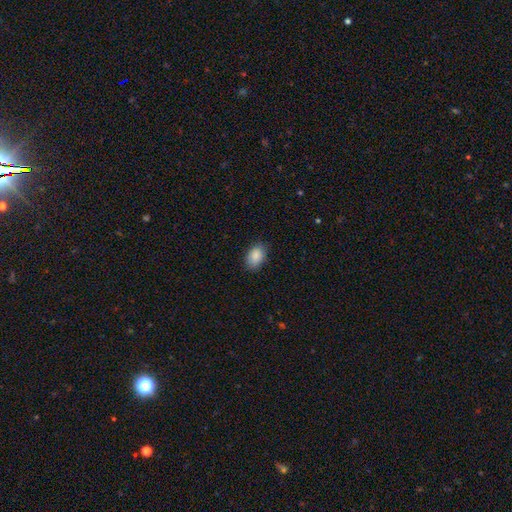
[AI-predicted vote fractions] Smooth or featured? smooth (88%)
How rounded? in between (88%)
Merging? none (81%)